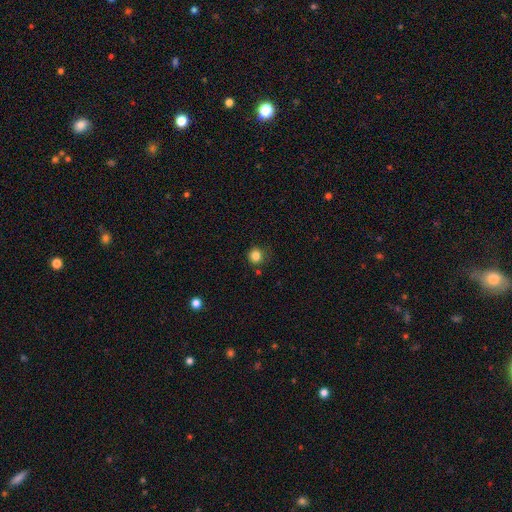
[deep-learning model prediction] Smooth or featured? smooth (84%)
How rounded? round (91%)
Merging? none (81%)